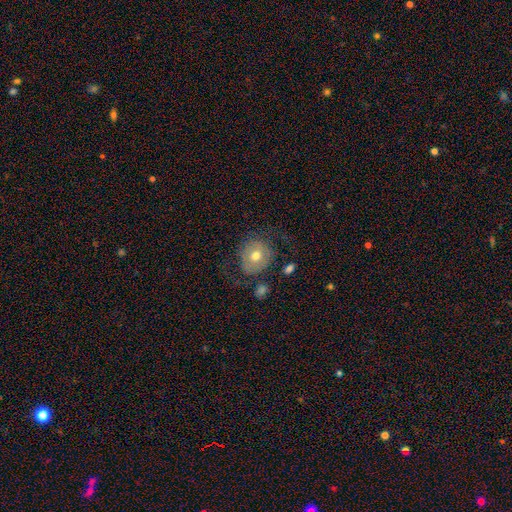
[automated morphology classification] This is likely a smooth galaxy (61%). How rounded: likely round (75%). Merging: possibly none (59%).